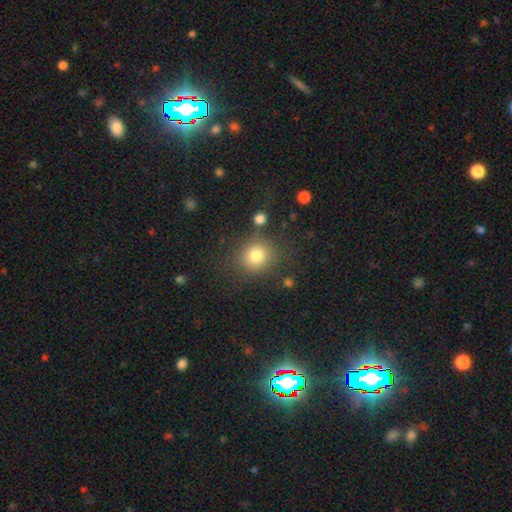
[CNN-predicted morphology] This is likely a smooth galaxy (78%). How rounded: clearly round (83%). Merging: likely none (78%).